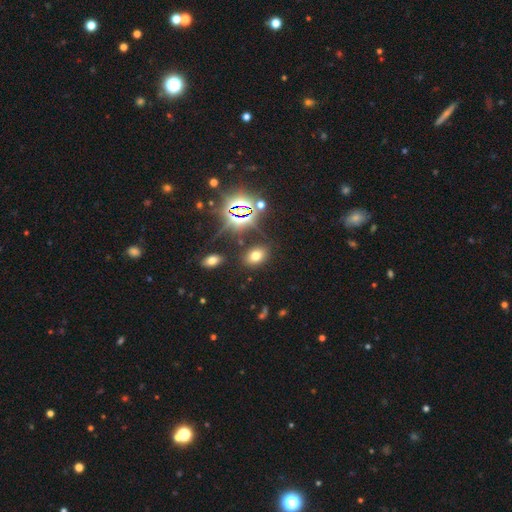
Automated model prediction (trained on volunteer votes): Overall: smooth (61%; star or artifact 29%). How rounded: in between (77%). Merging: none (85%).